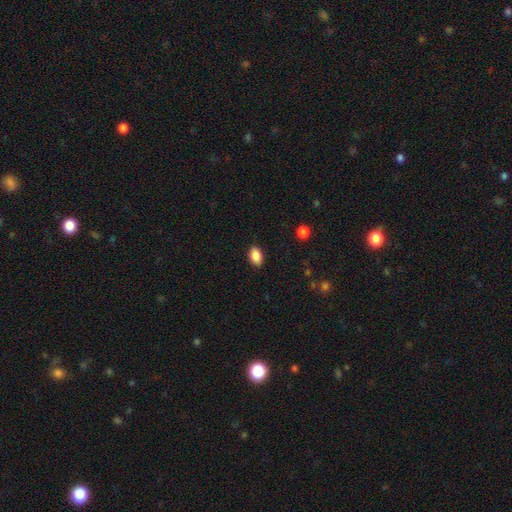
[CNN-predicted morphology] This appears to be a smooth galaxy with no disk features (88%) that is in between round and cigar-shaped (88%). Merging: none (89%).